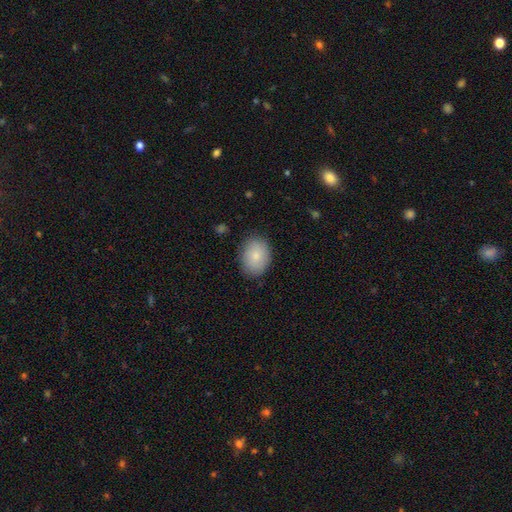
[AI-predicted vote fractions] Smooth or featured? smooth (83%)
How rounded? in between (63%)
Merging? none (84%)